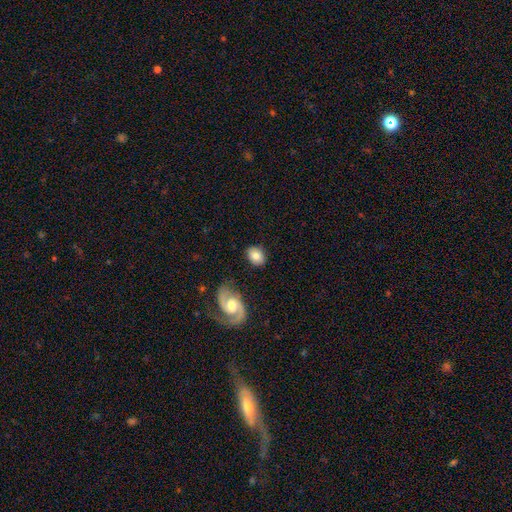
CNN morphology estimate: A smooth galaxy with no disk features (73%) that is in between round and cigar-shaped (56%). Merging: none (83%).